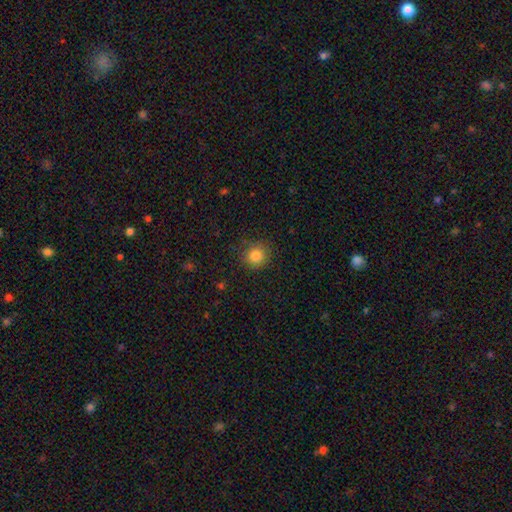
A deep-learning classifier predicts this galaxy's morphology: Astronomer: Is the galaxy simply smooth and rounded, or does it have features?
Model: smooth — 83%.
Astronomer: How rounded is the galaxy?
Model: round — 88%.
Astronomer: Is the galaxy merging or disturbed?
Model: none — 86%.